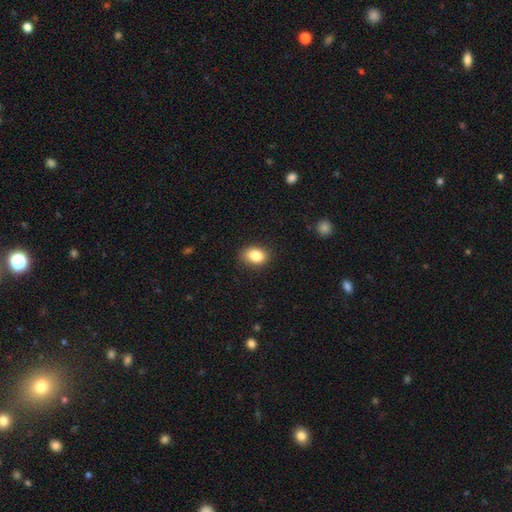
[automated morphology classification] This appears to be a smooth galaxy with no disk features (85%) that is in between round and cigar-shaped (75%). Merging: none (84%).